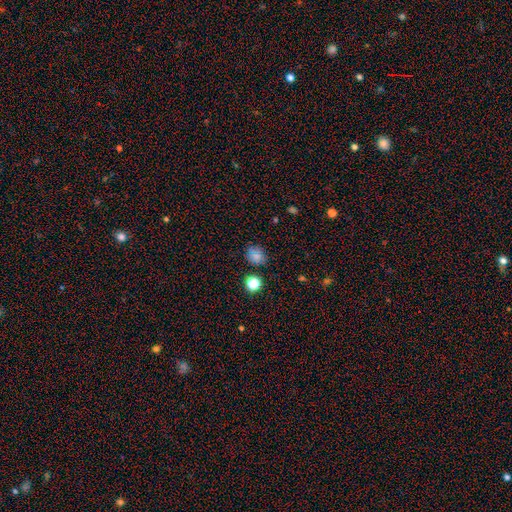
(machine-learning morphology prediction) Q: Smooth or featured?
A: smooth (72%); runner-up: star or artifact (21%)
Q: How rounded?
A: round (71%); runner-up: in between (28%)
Q: Merging?
A: none (82%); runner-up: minor disturbance (11%)